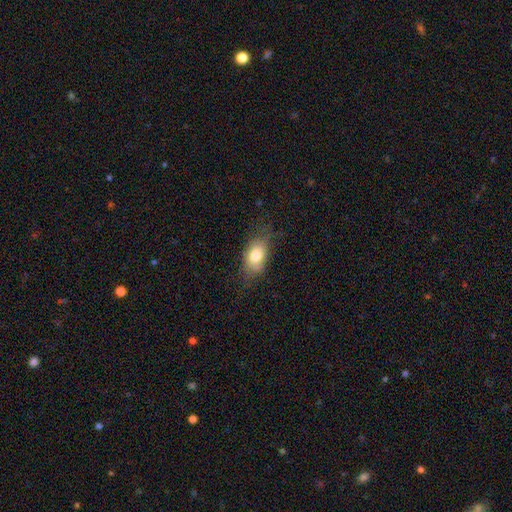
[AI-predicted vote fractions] Smooth or featured? Predicted: smooth (p=0.77). How rounded? Predicted: in between (p=0.84). Merging? Predicted: none (p=0.60).